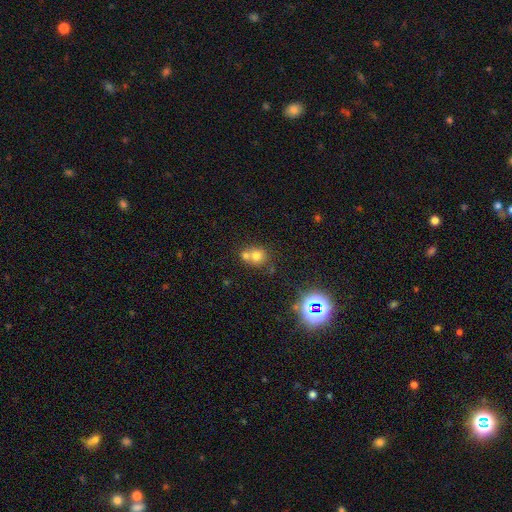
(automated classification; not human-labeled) A smooth galaxy with no disk features (70%) that is round (81%). Merging: merger (50%).